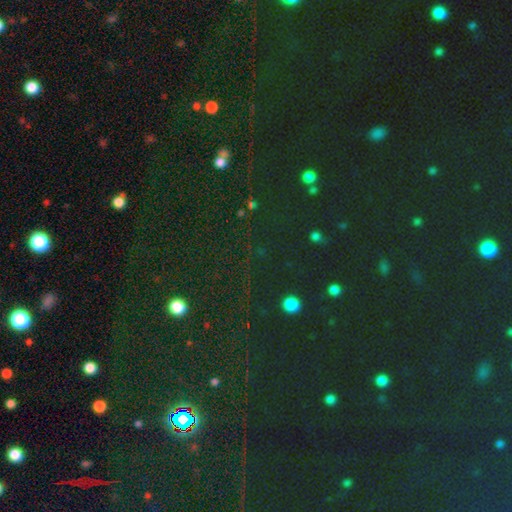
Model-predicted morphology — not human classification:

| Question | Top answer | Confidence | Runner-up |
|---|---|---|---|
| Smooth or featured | star or artifact | 76% | smooth (16%) |